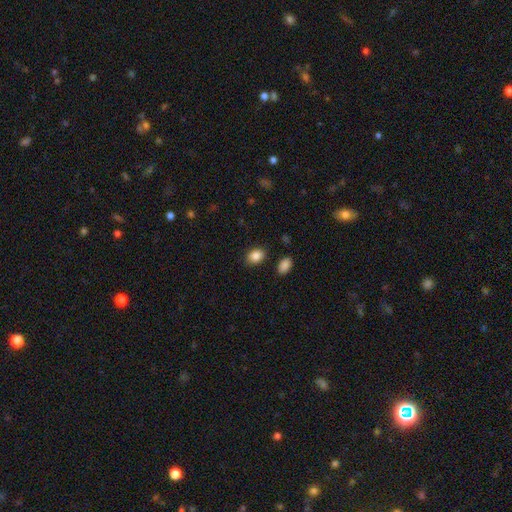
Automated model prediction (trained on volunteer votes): smooth_or_featured: smooth (p=0.87) [alt: star or artifact p=0.08]
how_rounded: in between (p=0.73) [alt: round p=0.26]
merging: none (p=0.85) [alt: minor disturbance p=0.09]